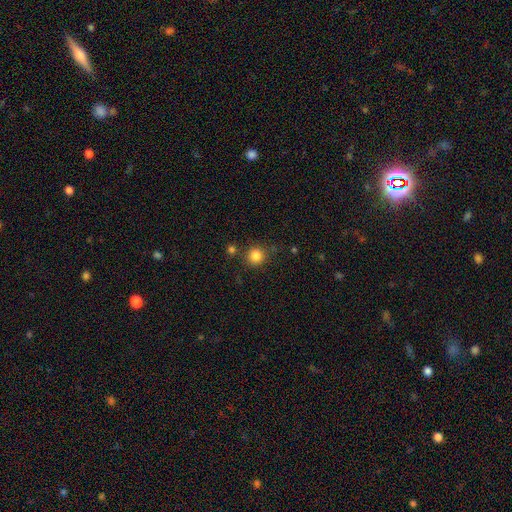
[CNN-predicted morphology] Smooth or featured?
  - smooth: 84% *
  - star or artifact: 12%
  - featured or disk: 5%
How rounded?
  - round: 92% *
  - in between: 7%
  - cigar-shaped: 1%
Merging?
  - none: 81% *
  - minor disturbance: 9%
  - merger: 6%
  - major disturbance: 3%